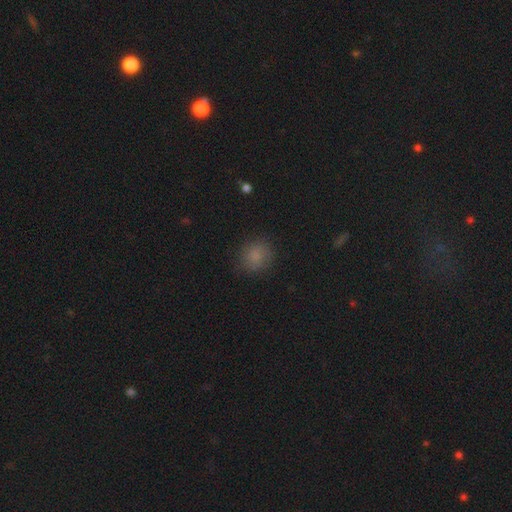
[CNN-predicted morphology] Overall: smooth (81%). How rounded: round (79%). Merging: none (79%).